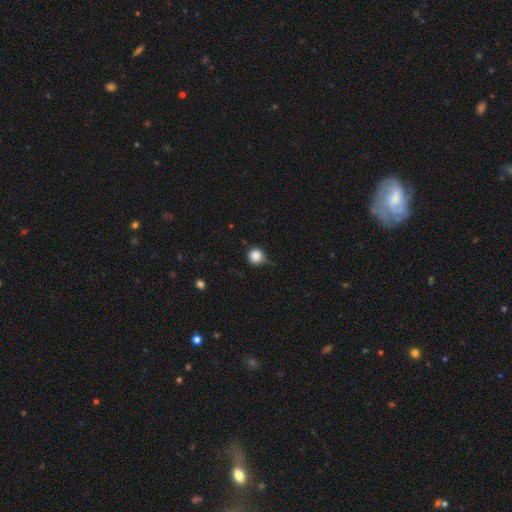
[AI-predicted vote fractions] This is clearly a smooth galaxy (85%). How rounded: clearly round (91%). Merging: likely none (61%).